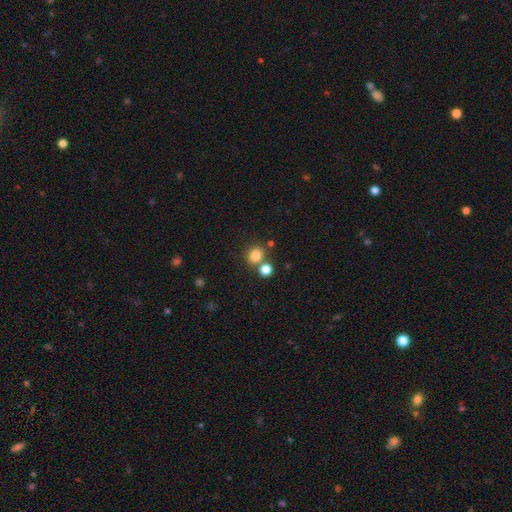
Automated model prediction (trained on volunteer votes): Smooth or featured: smooth — 81% (star or artifact — 13%)
How rounded: round — 78% (in between — 21%)
Merging: none — 67% (merger — 22%)